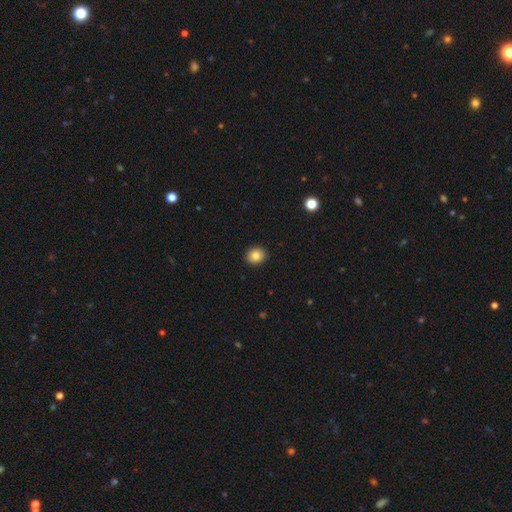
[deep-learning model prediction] Q: Smooth or featured?
A: smooth (84%); runner-up: star or artifact (10%)
Q: How rounded?
A: round (64%); runner-up: in between (35%)
Q: Merging?
A: none (91%); runner-up: minor disturbance (7%)